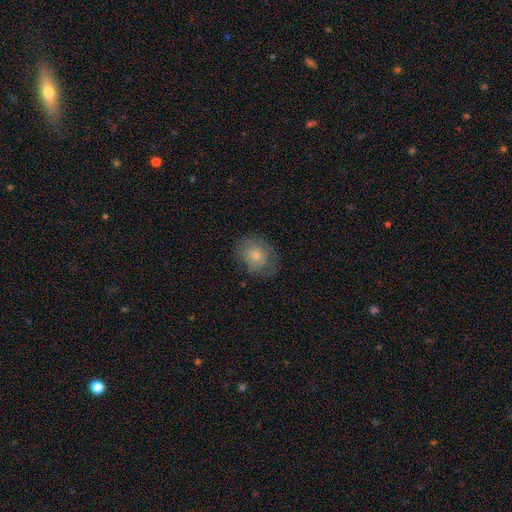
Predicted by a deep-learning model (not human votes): smooth 69%, featured or disk 22%, star or artifact 8%. Down the decision tree: how rounded — round (54%); merging — none (66%).